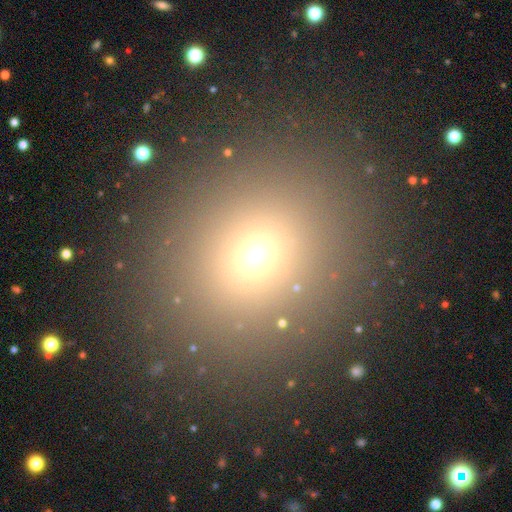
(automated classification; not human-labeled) A smooth galaxy with no disk features (66%) that is round (81%).

Vote fractions:
- Smooth or featured? smooth: 66% / star or artifact: 26% / featured or disk: 8%
- How rounded? round: 81% / in between: 18% / cigar-shaped: 1%
- Merging? none: 87% / minor disturbance: 7% / major disturbance: 4% / merger: 3%